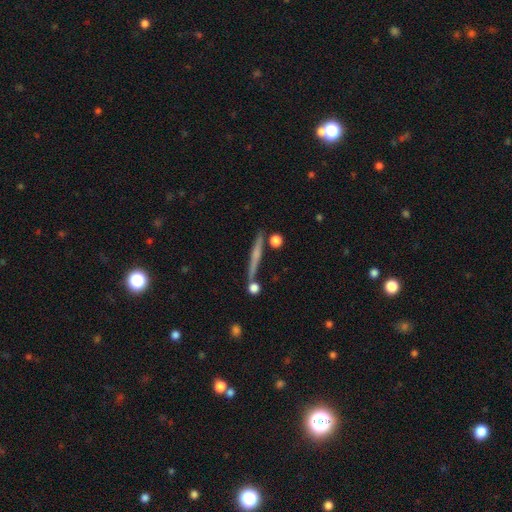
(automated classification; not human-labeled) Smooth or featured?
  - featured or disk: 60% *
  - smooth: 32%
  - star or artifact: 8%
Edge-on disk?
  - yes: 97% *
  - no: 3%
Edge-on bulge?
  - rounded: 47% *
  - none: 42%
  - boxy: 11%
Merging?
  - none: 84% *
  - minor disturbance: 8%
  - merger: 6%
  - major disturbance: 2%